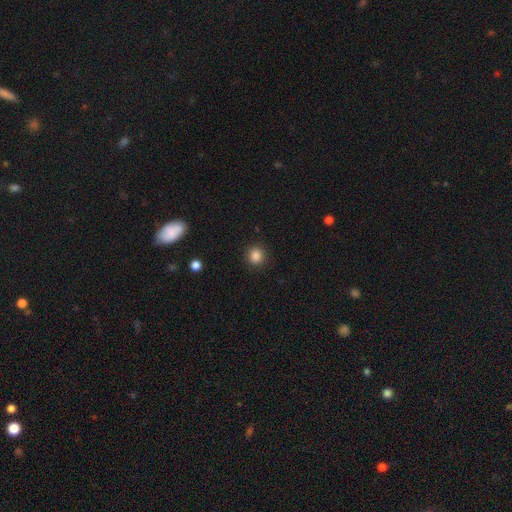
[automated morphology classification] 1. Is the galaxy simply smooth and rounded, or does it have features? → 86% smooth, 11% star or artifact, 3% featured or disk.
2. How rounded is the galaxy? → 90% round, 9% in between, 1% cigar-shaped.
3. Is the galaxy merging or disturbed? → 91% none, 6% minor disturbance, 2% major disturbance, 1% merger.